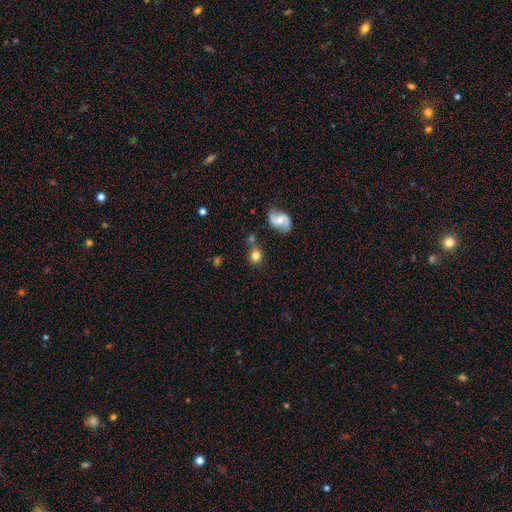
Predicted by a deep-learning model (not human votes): This appears to be a smooth galaxy with no disk features (76%) that is round (73%). Merging: none (68%).